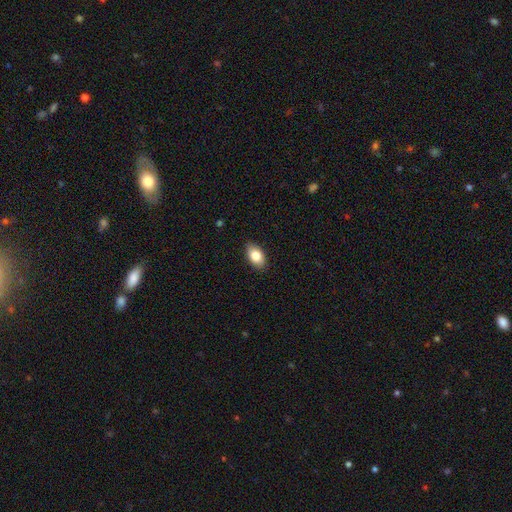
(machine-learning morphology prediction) This appears to be a smooth galaxy with no disk features (82%) that is in between round and cigar-shaped (91%). Merging: none (87%).